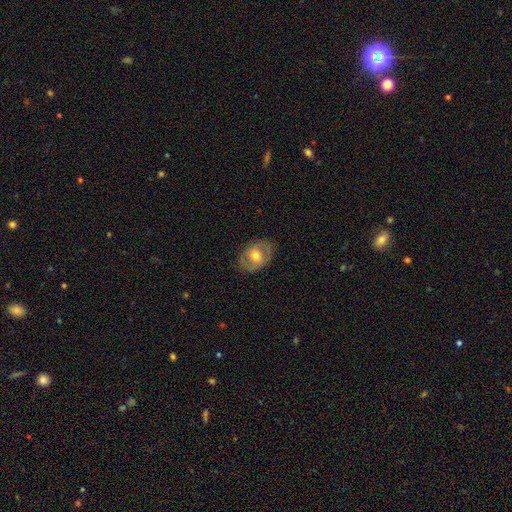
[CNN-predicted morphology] featured or disk 48%, smooth 46%, star or artifact 7%. Down the decision tree: merging — none (81%).